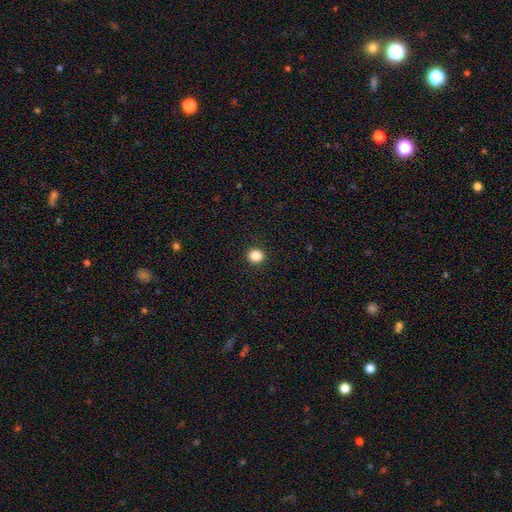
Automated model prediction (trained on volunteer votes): Smooth or featured? smooth (86%)
How rounded? round (80%)
Merging? none (92%)